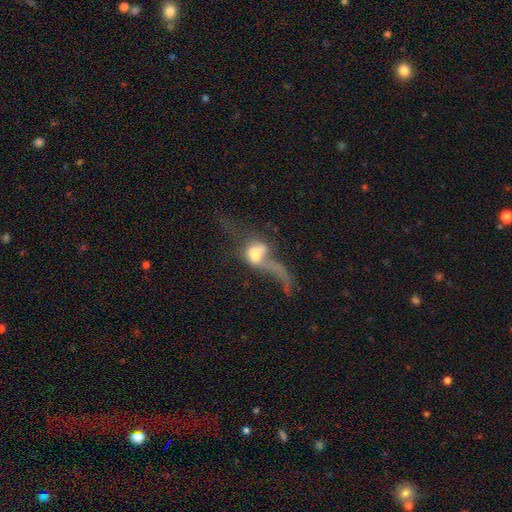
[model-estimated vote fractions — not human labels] A smooth galaxy with no disk features (47%).

Vote fractions:
- Smooth or featured? smooth: 47% / featured or disk: 43% / star or artifact: 10%
- Merging? major disturbance: 45% / merger: 33% / none: 13% / minor disturbance: 8%